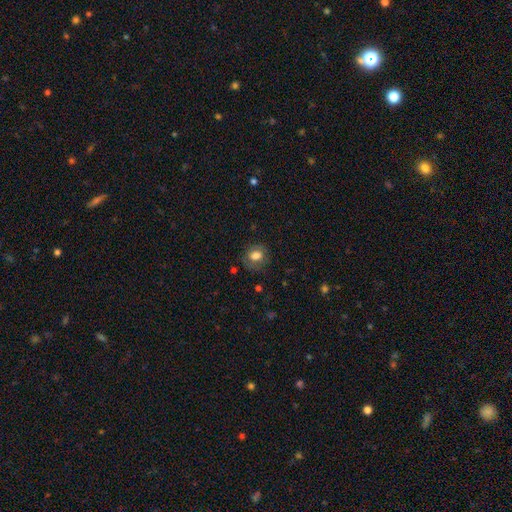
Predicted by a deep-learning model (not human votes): Q: Smooth or featured?
A: smooth (77%); runner-up: featured or disk (13%)
Q: How rounded?
A: round (58%); runner-up: in between (41%)
Q: Merging?
A: none (76%); runner-up: minor disturbance (16%)